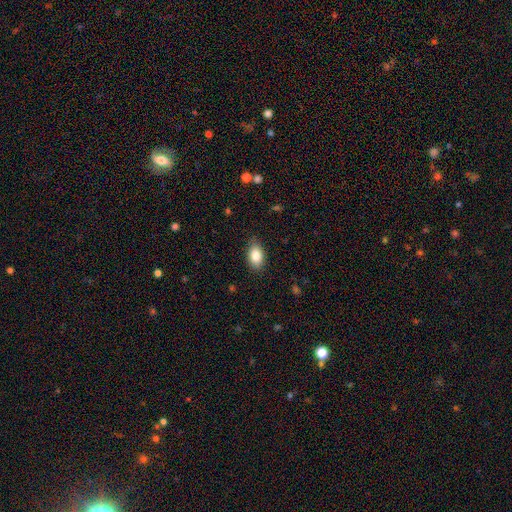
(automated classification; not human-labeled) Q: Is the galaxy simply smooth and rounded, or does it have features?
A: smooth — 84%.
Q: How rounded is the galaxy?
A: in between — 90%.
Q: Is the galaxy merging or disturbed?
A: none — 84%.